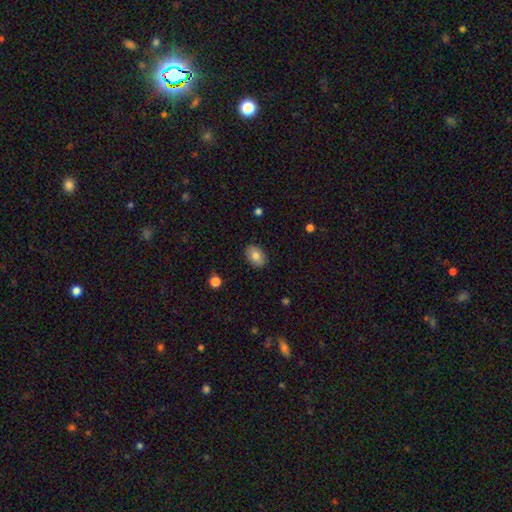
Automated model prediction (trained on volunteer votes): A smooth galaxy with no disk features (81%) that is in between round and cigar-shaped (82%). Merging: none (88%).